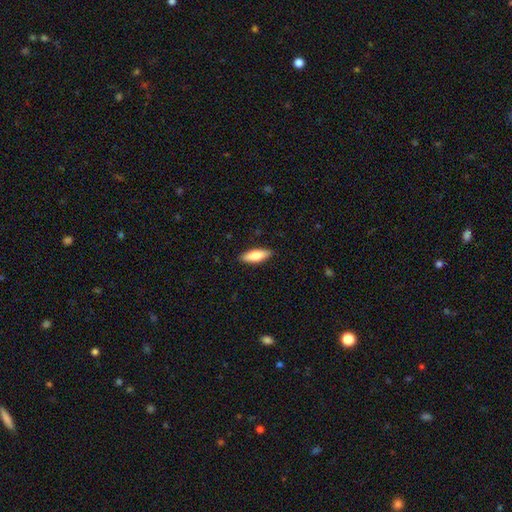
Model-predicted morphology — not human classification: This appears to be a smooth galaxy with no disk features (77%) that is in between round and cigar-shaped (61%). Merging: none (88%).